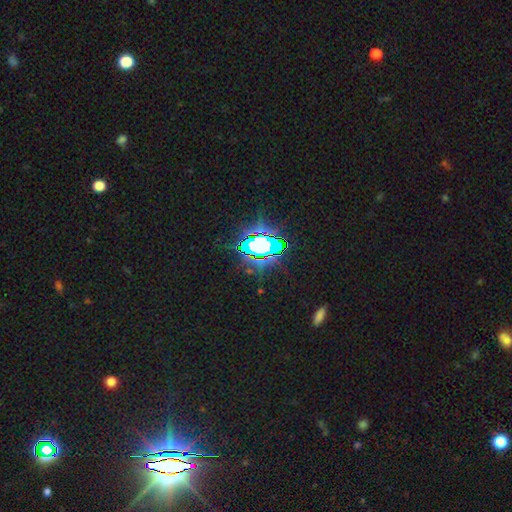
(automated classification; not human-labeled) This is clearly a star or artifact rather than a galaxy (82%).